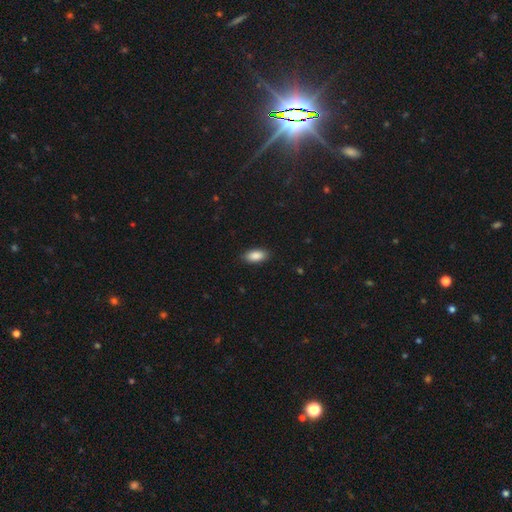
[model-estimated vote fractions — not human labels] The model was most divided on "merging": none: 88%, minor disturbance: 9%, major disturbance: 2%, merger: 1%. More confident: how rounded — in between (91%); smooth or featured — smooth (89%).